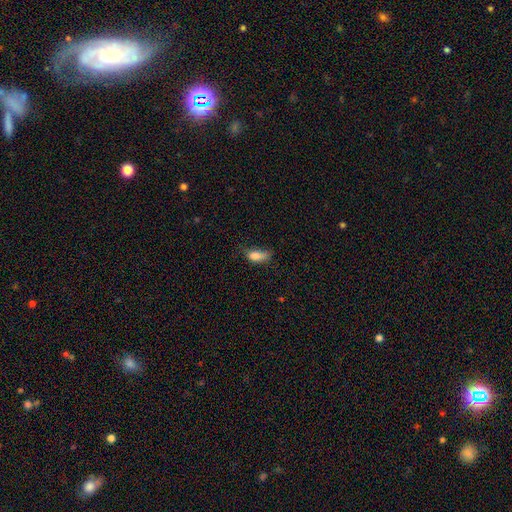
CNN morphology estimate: Smooth or featured? Predicted: smooth (p=0.82). How rounded? Predicted: in between (p=0.83). Merging? Predicted: minor disturbance (p=0.38).